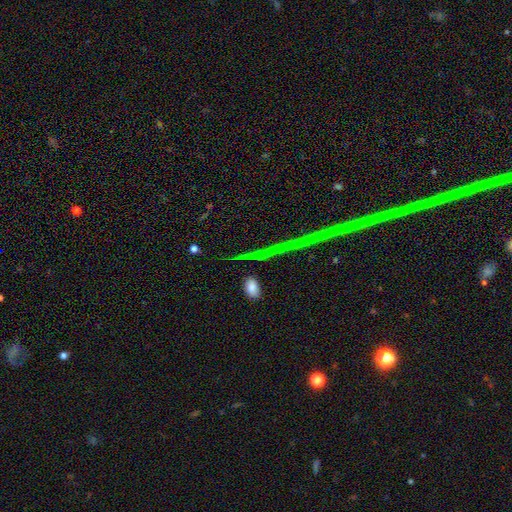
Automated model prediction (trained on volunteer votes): This is likely a star or artifact rather than a galaxy (60%).